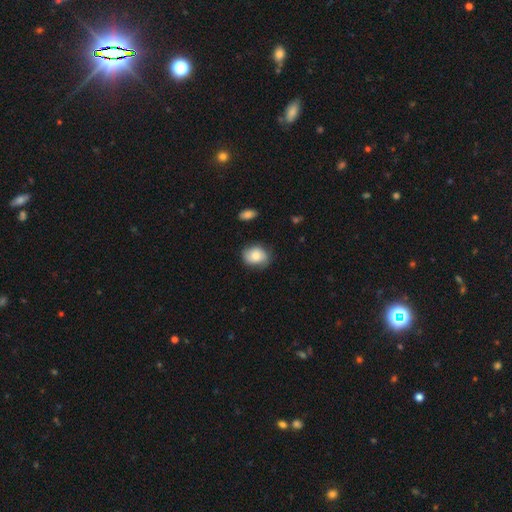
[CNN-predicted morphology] Overall: smooth (77%). How rounded: in between (55%; round 44%). Merging: none (68%).